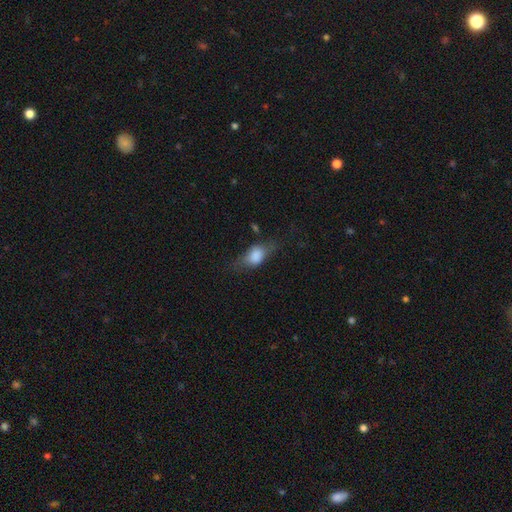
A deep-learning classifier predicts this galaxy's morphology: smooth_or_featured: smooth (p=0.71) [alt: featured or disk p=0.20]
how_rounded: in between (p=0.76) [alt: round p=0.16]
merging: none (p=0.52) [alt: minor disturbance p=0.27]